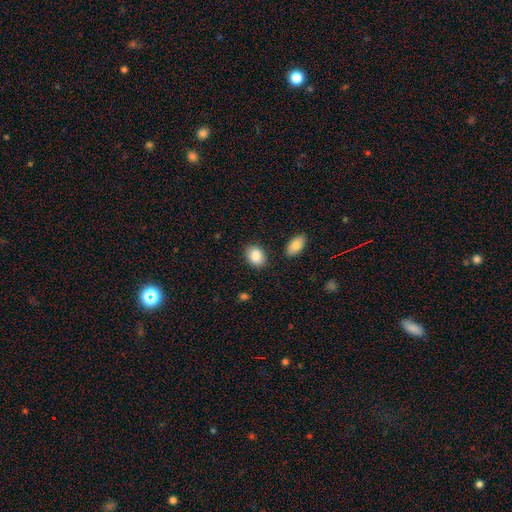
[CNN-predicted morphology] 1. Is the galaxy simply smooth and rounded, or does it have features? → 87% smooth, 7% star or artifact, 6% featured or disk.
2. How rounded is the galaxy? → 69% in between, 30% round, 1% cigar-shaped.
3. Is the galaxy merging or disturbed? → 84% none, 10% minor disturbance, 3% merger, 3% major disturbance.